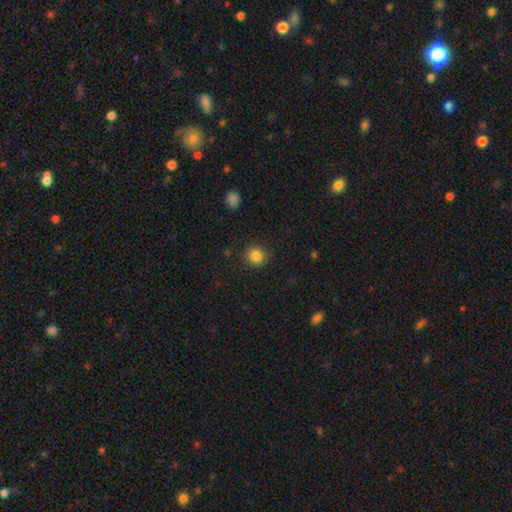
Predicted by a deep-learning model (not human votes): Overall: smooth (85%). How rounded: round (90%). Merging: none (89%).